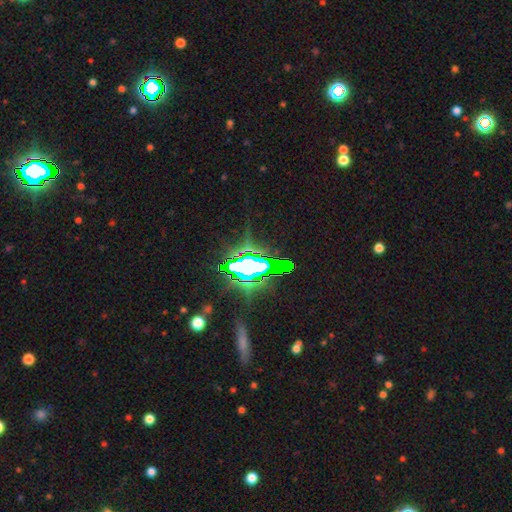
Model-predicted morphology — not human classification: smooth_or_featured: star or artifact (p=0.79) [alt: featured or disk p=0.11]